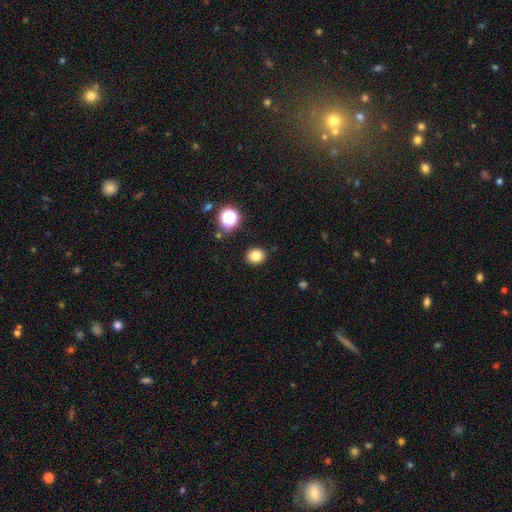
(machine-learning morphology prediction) Smooth or featured: smooth — 80% (star or artifact — 13%)
How rounded: round — 74% (in between — 26%)
Merging: none — 89% (minor disturbance — 7%)